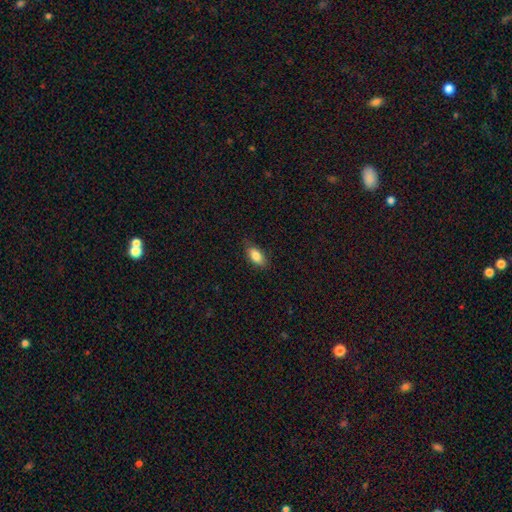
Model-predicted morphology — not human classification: Smooth or featured: smooth — 84% (featured or disk — 9%)
How rounded: in between — 88% (cigar-shaped — 8%)
Merging: none — 80% (minor disturbance — 16%)